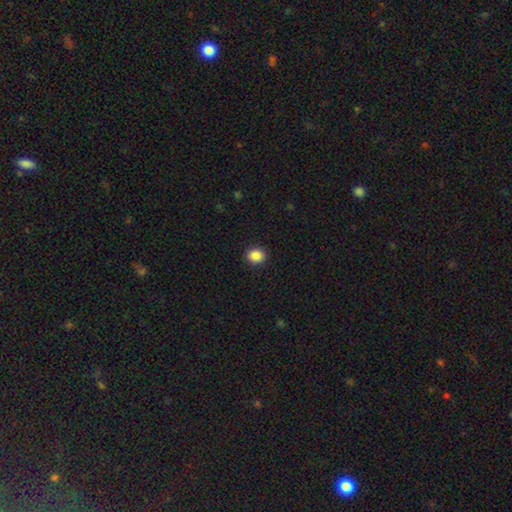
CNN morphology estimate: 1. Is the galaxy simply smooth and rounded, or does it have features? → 87% smooth, 9% star or artifact, 3% featured or disk.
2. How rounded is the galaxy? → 68% round, 31% in between, 1% cigar-shaped.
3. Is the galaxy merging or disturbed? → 91% none, 6% minor disturbance, 2% major disturbance, 1% merger.